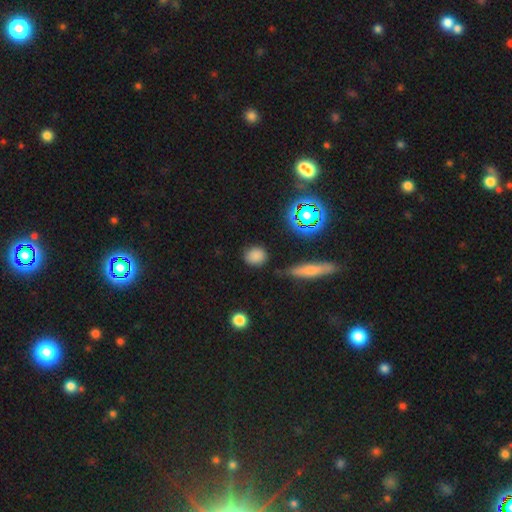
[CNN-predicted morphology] The model was most divided on "how rounded": round: 71%, in between: 26%, cigar-shaped: 3%. More confident: merging — none (81%); smooth or featured — smooth (79%).